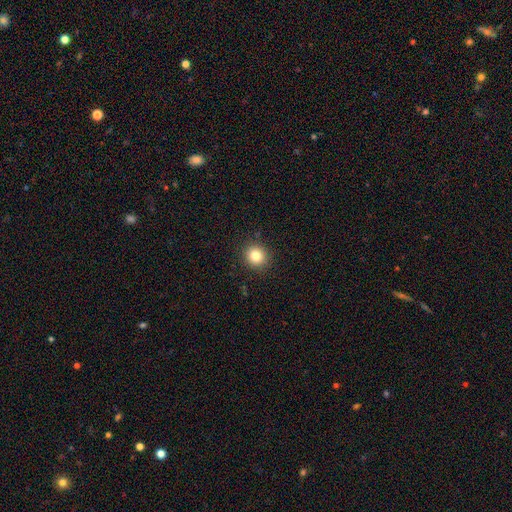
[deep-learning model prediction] smooth-or-featured: smooth: 82% | star or artifact: 12% | featured or disk: 7%
  how-rounded: round: 90% | in between: 9% | cigar-shaped: 1%
  merging: none: 90% | minor disturbance: 6% | major disturbance: 2% | merger: 1%